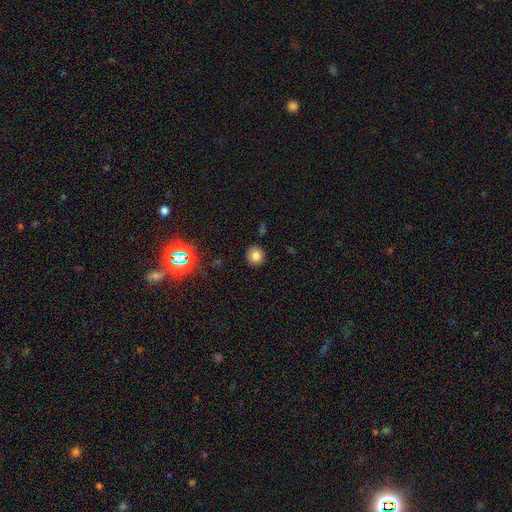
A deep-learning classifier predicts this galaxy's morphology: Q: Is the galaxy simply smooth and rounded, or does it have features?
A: smooth — 78%.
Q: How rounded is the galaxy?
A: round — 90%.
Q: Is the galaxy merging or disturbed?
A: none — 90%.